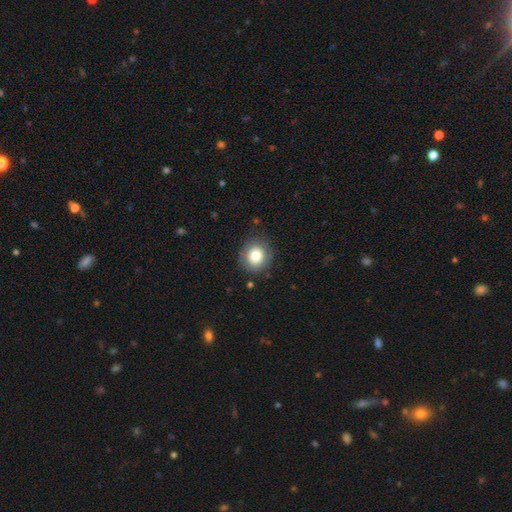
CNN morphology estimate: Smooth or featured? Predicted: smooth (p=0.75). How rounded? Predicted: round (p=0.84). Merging? Predicted: none (p=0.83).